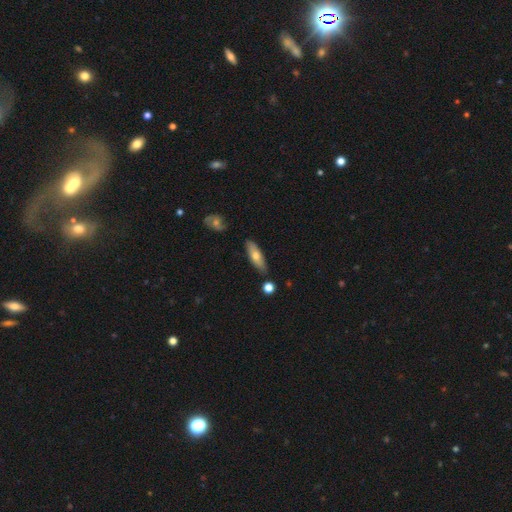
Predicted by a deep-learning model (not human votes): Smooth or featured? smooth (62%)
How rounded? cigar-shaped (50%)
Merging? none (81%)